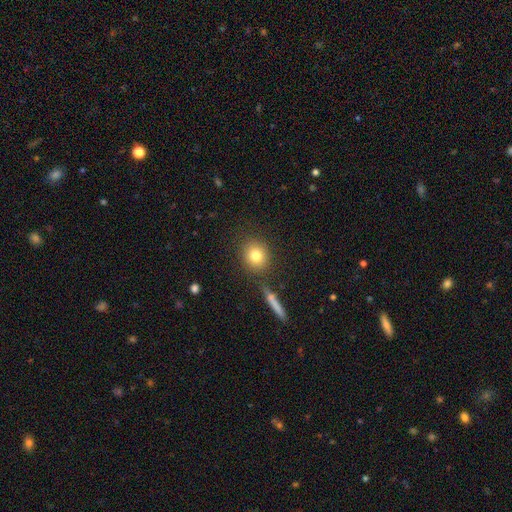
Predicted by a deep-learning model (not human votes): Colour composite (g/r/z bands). It shows a smooth galaxy with no disk features (80%) that is round (85%). Merging: none (82%).